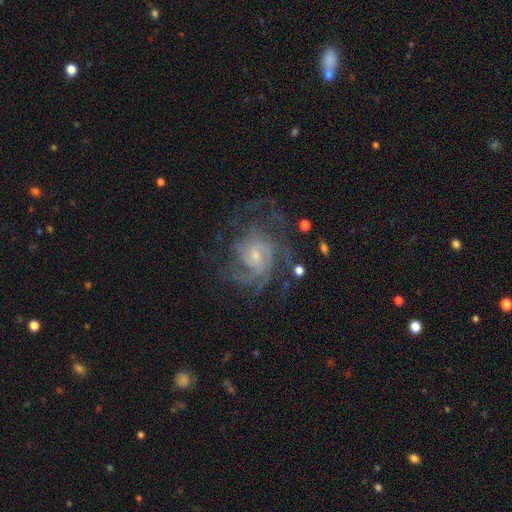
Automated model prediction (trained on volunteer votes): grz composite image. It shows a featured or disk galaxy (86%) with no bar (57%), can't tell (26%, tied with 4) tight (48%) spiral arms (95%) and a small central bulge (69%). Merging: none (61%).